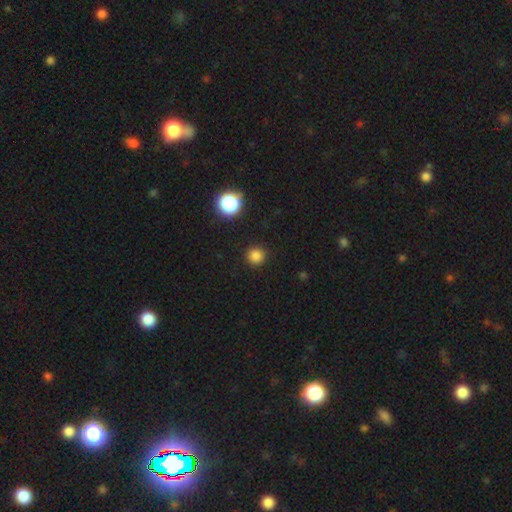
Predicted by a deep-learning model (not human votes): This appears to be a smooth galaxy with no disk features (83%) that is round (95%). Merging: none (91%).